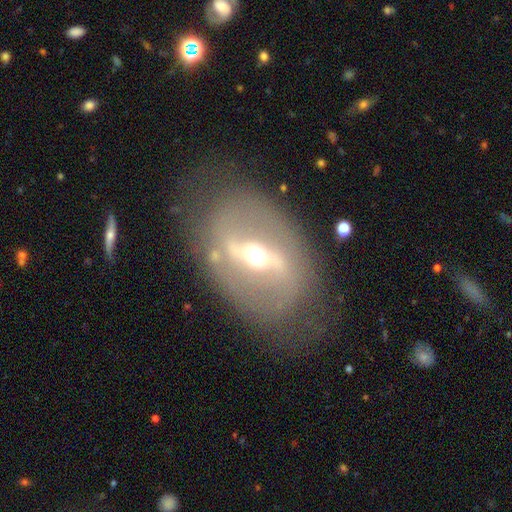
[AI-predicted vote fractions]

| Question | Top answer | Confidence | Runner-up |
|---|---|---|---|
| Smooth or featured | featured or disk | 78% | smooth (15%) |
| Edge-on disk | no | 89% | yes (11%) |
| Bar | strong | 63% | weak (28%) |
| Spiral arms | no | 53% | yes (47%) |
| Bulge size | moderate | 69% | small (20%) |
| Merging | none | 71% | minor disturbance (16%) |